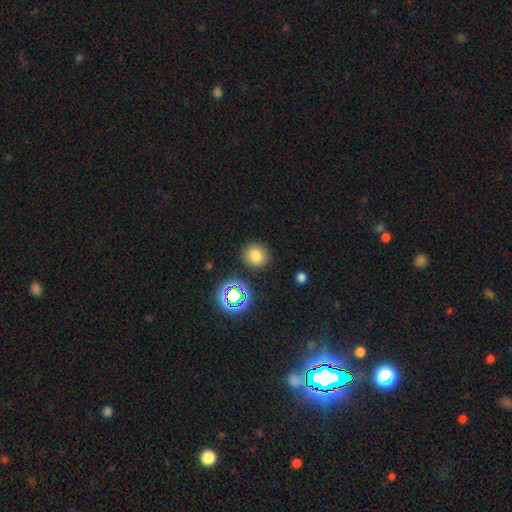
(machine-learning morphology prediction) Smooth or featured?
  - smooth: 77% *
  - star or artifact: 16%
  - featured or disk: 7%
How rounded?
  - round: 84% *
  - in between: 15%
  - cigar-shaped: 1%
Merging?
  - none: 87% *
  - minor disturbance: 8%
  - major disturbance: 3%
  - merger: 3%